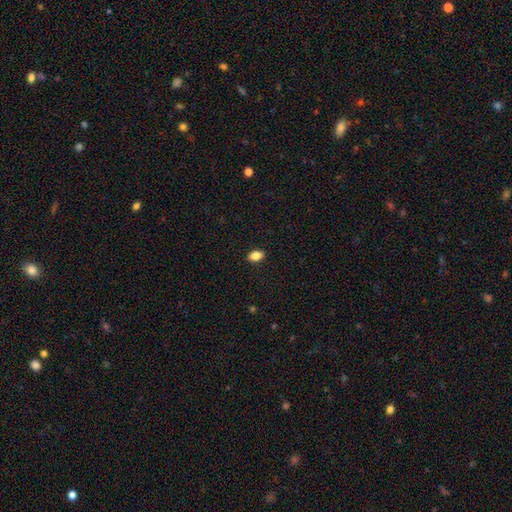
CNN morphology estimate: The model was most divided on "how rounded": in between: 86%, round: 12%, cigar-shaped: 2%. More confident: merging — none (90%); smooth or featured — smooth (85%).